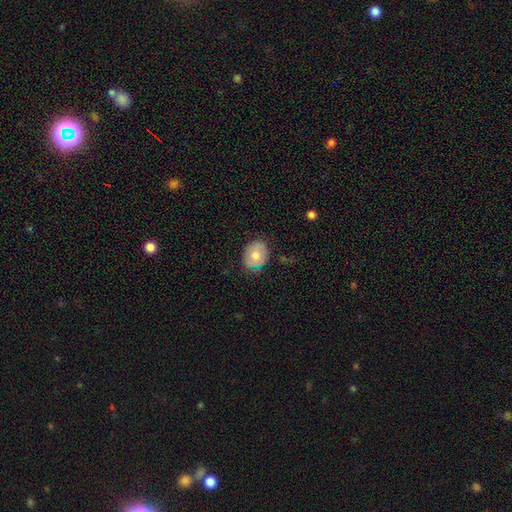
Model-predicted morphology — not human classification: type=smooth (72%); roundness=in between (61%); merging=none (78%).